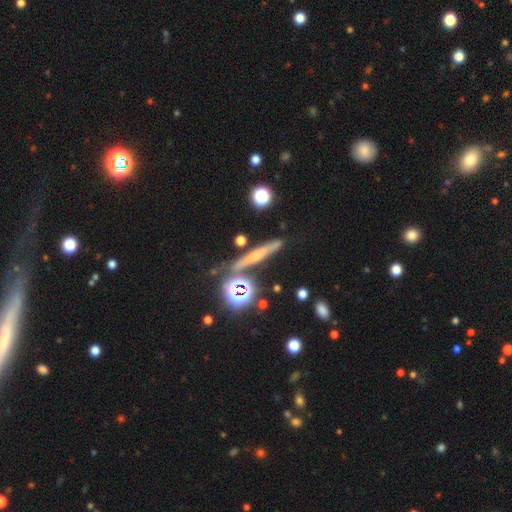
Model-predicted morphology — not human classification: Smooth or featured? smooth (42%)
Merging? none (78%)